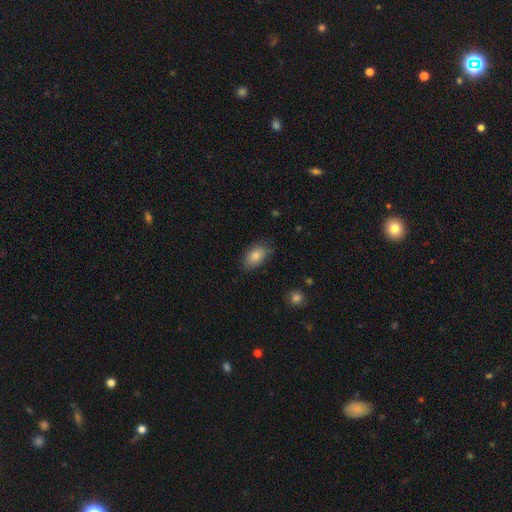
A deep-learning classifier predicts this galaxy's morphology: Smooth or featured? Predicted: smooth (p=0.84). How rounded? Predicted: in between (p=0.91). Merging? Predicted: none (p=0.78).